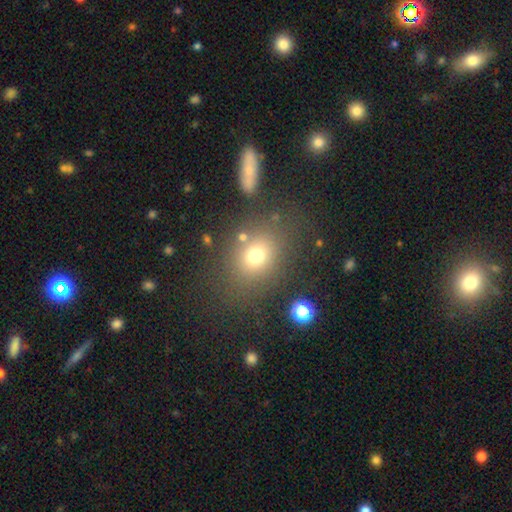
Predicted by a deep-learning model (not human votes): smooth 71%, star or artifact 18%, featured or disk 12%. Down the decision tree: how rounded — round (54%); merging — none (74%).